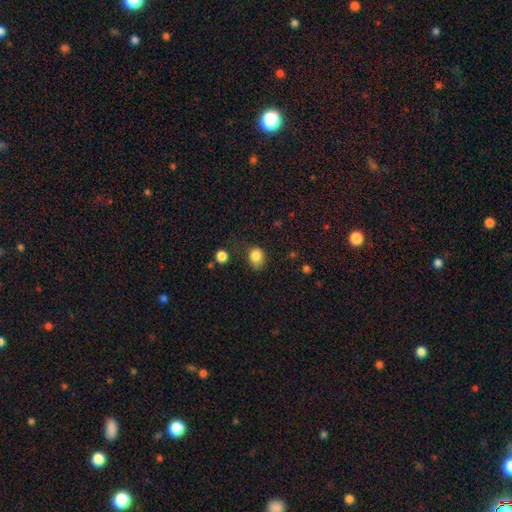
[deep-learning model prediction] A smooth galaxy with no disk features (83%) that is round (53%).

Vote fractions:
- Smooth or featured? smooth: 83% / star or artifact: 11% / featured or disk: 6%
- How rounded? round: 53% / in between: 46% / cigar-shaped: 1%
- Merging? none: 60% / minor disturbance: 29% / major disturbance: 9% / merger: 3%